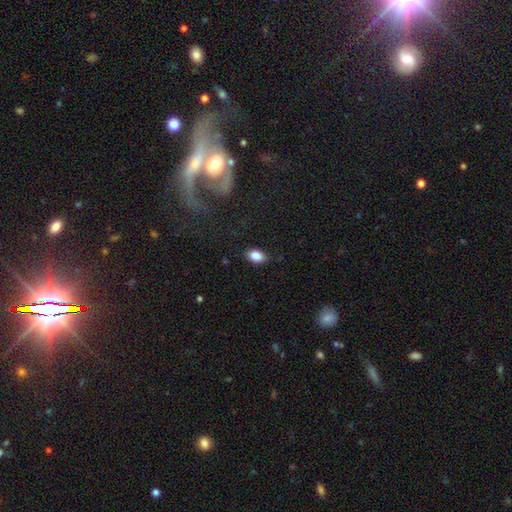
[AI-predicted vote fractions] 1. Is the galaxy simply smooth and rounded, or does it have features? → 85% smooth, 8% star or artifact, 7% featured or disk.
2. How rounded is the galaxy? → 85% in between, 14% round, 2% cigar-shaped.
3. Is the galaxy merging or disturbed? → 82% none, 14% minor disturbance, 3% major disturbance, 1% merger.